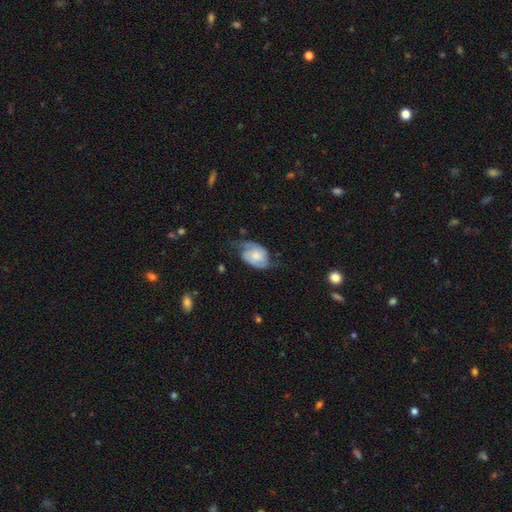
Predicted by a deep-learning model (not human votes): A featured or disk galaxy (53%) with no bar (70%), spiral arms (80%) and a moderate central bulge (39%).

Vote fractions:
- Smooth or featured? featured or disk: 53% / smooth: 40% / star or artifact: 7%
- Edge-on disk? no: 95% / yes: 5%
- Bar? no: 70% / weak: 25% / strong: 5%
- Spiral arms? yes: 80% / no: 20%
- Bulge size? moderate: 39% / small: 36% / large: 11% / none: 11% / dominant: 3%
- Merging? none: 41% / minor disturbance: 33% / major disturbance: 23% / merger: 2%